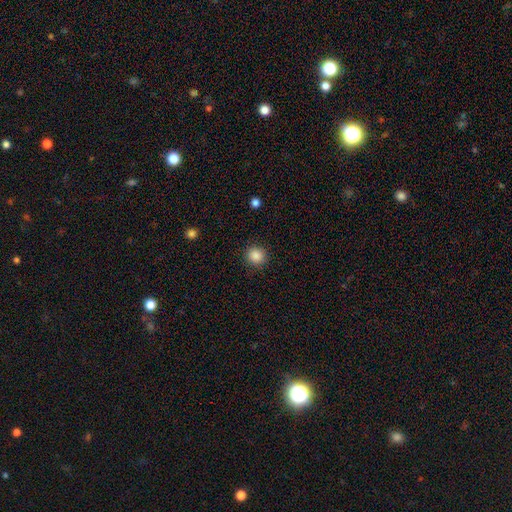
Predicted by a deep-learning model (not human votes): Smooth or featured? smooth (87%)
How rounded? round (91%)
Merging? none (90%)